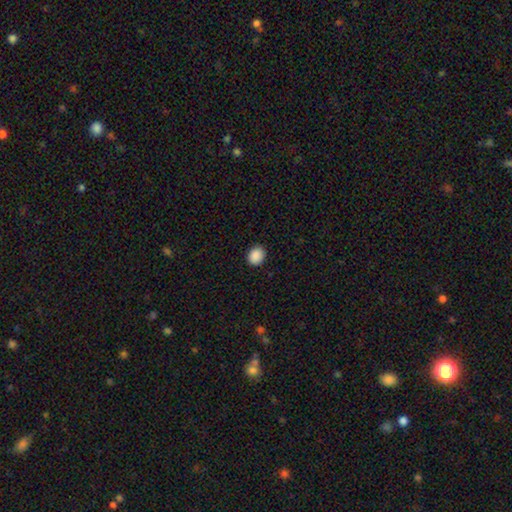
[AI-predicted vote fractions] smooth_or_featured: smooth (p=0.89) [alt: star or artifact p=0.09]
how_rounded: round (p=0.58) [alt: in between p=0.41]
merging: none (p=0.90) [alt: minor disturbance p=0.07]